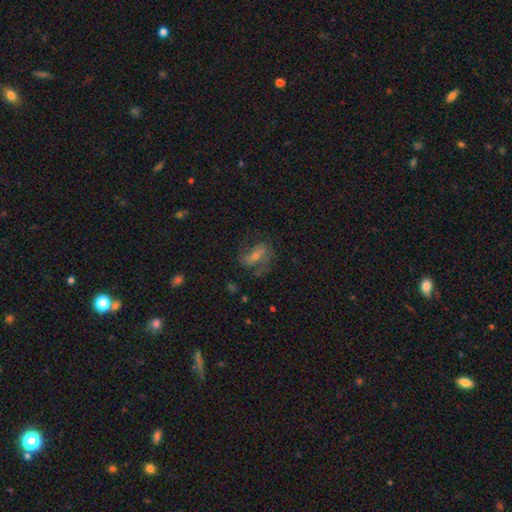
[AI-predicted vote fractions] Overall: featured or disk (60%; smooth 29%). Edge-on disk: no (95%). Bar: weak (38%, tied with no). Spiral arms: yes (81%). Bulge size: small (50%; moderate 41%). Merging: none (56%; major disturbance 21%).